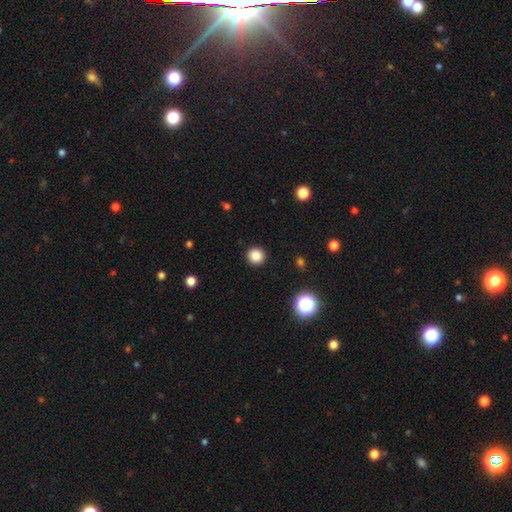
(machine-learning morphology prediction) A smooth galaxy with no disk features (85%) that is round (94%). Merging: none (92%).